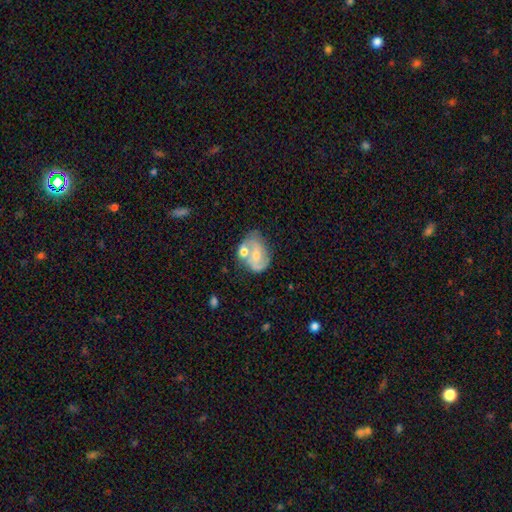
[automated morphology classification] Smooth or featured? featured or disk (64%)
Edge-on disk? no (97%)
Bar? no (51%)
Spiral arms? yes (76%)
Bulge size? moderate (53%)
Merging? none (35%, tied with merger)